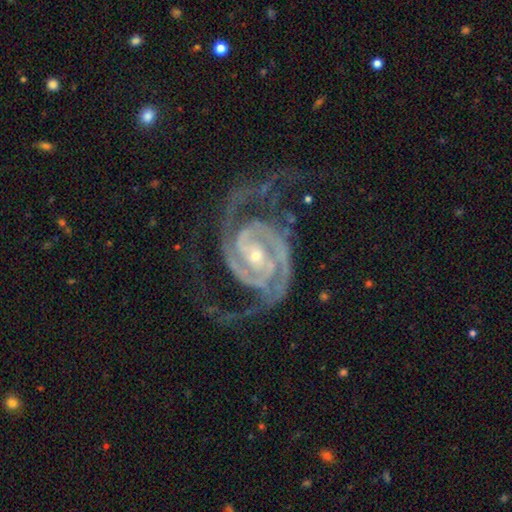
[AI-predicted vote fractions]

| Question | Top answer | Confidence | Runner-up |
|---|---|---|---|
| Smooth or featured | featured or disk | 94% | star or artifact (4%) |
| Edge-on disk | no | 98% | yes (2%) |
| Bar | no | 42% | weak (33%) |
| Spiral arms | yes | 99% | no (1%) |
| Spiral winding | tight | 50% | medium (42%) |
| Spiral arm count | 2 | 79% | 3 (9%) |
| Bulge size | small | 67% | moderate (30%) |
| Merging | none | 61% | major disturbance (19%) |